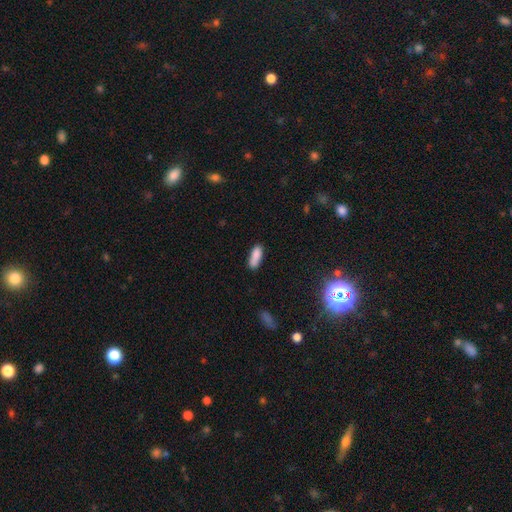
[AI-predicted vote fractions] This appears to be a smooth galaxy with no disk features (85%) that is in between round and cigar-shaped (62%). Merging: none (71%).